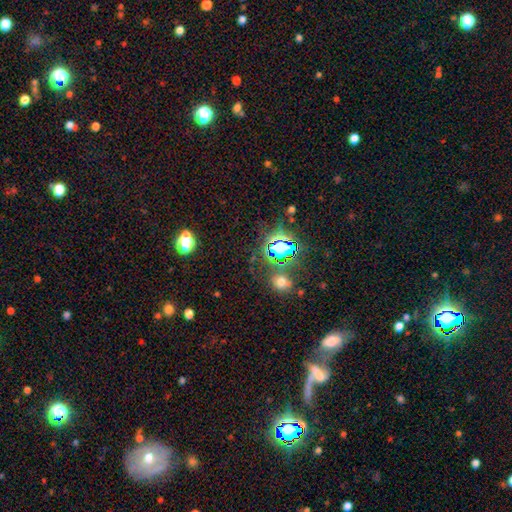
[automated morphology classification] smooth_or_featured: star or artifact (p=0.72) [alt: smooth p=0.19]